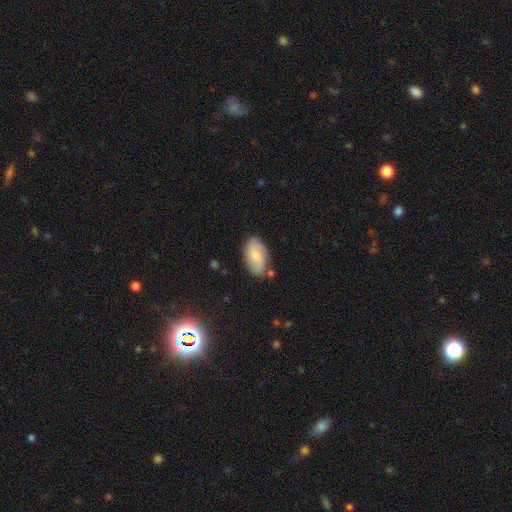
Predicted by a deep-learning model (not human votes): The model was most divided on "smooth or featured": smooth: 55%, featured or disk: 38%, star or artifact: 7%. More confident: how rounded — in between (92%); merging — none (75%).